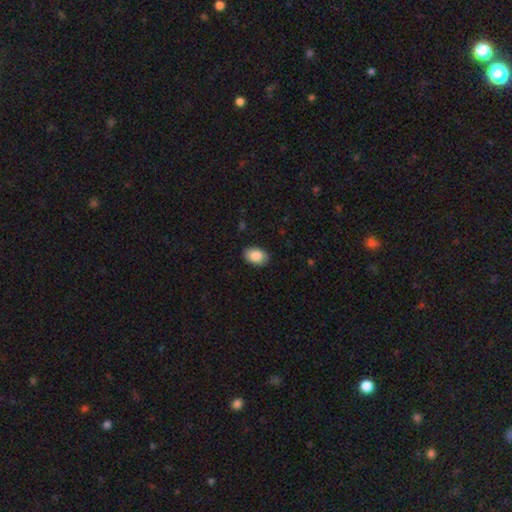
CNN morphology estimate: type=smooth (87%); roundness=in between (87%); merging=none (89%).